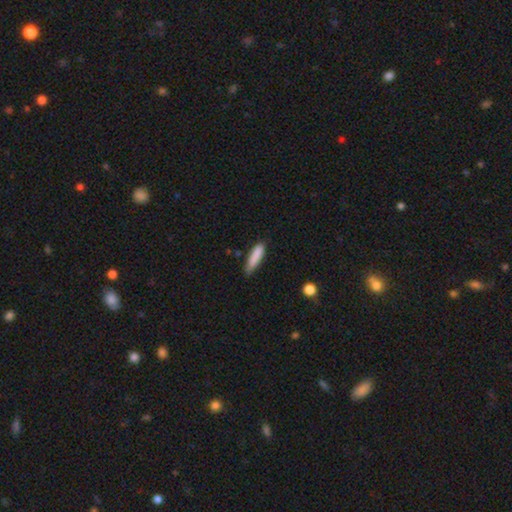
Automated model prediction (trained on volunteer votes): This is clearly a smooth galaxy (85%). How rounded: likely cigar-shaped (73%). Merging: likely none (70%).